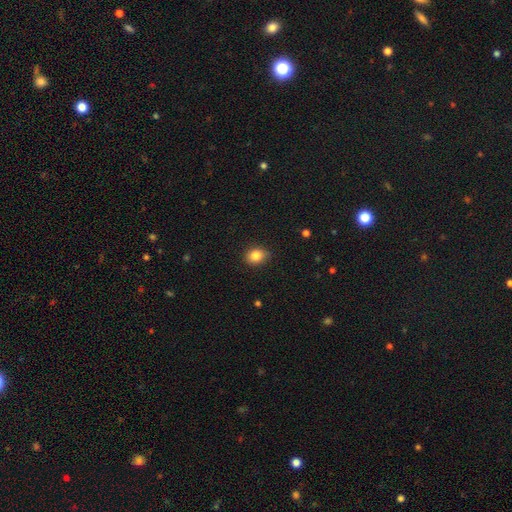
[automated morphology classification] smooth 84%, star or artifact 10%, featured or disk 6%. Down the decision tree: how rounded — round (50%); merging — none (84%).